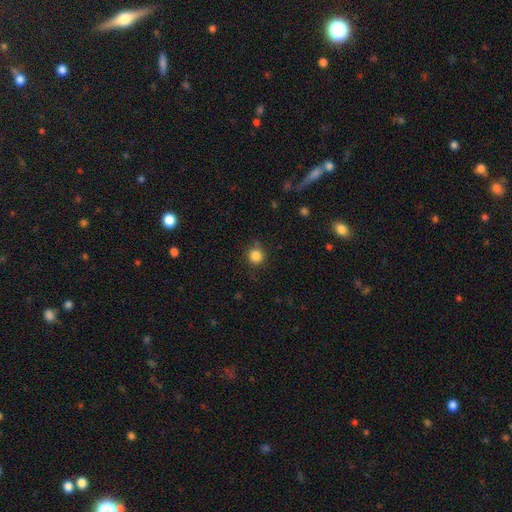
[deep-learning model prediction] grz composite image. It shows a smooth galaxy with no disk features (85%) that is round (92%). Merging: none (83%).